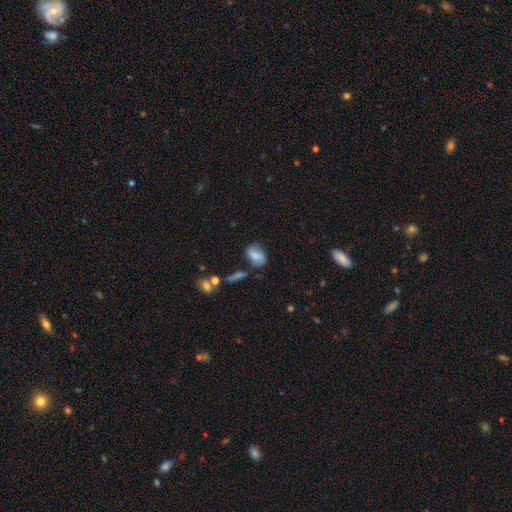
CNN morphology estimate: The model was most divided on "merging": none: 63%, minor disturbance: 23%, major disturbance: 7%, merger: 7%. More confident: how rounded — in between (81%); smooth or featured — smooth (71%).